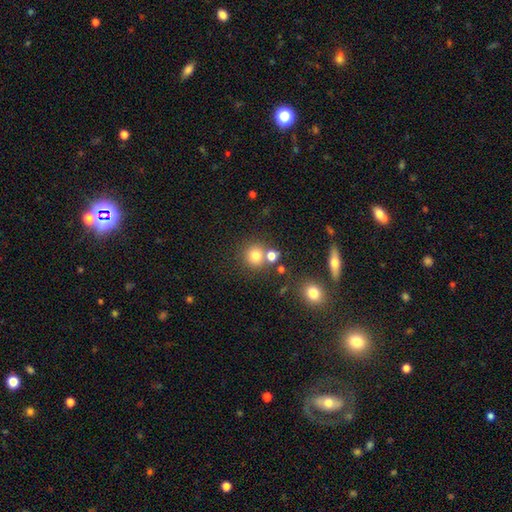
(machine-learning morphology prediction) A smooth galaxy with no disk features (76%) that is round (90%). Merging: none (68%).